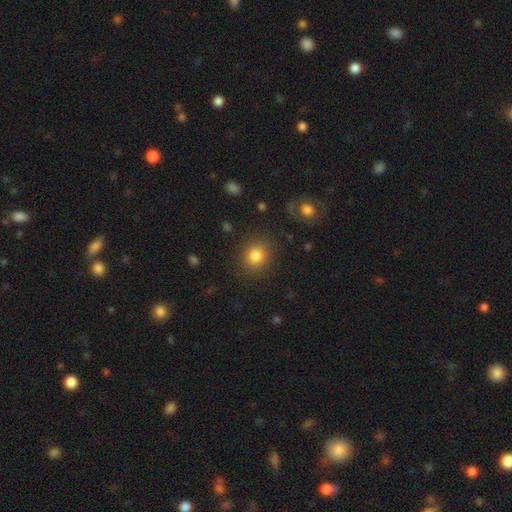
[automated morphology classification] Smooth or featured: smooth — 83% (star or artifact — 11%)
How rounded: round — 78% (in between — 21%)
Merging: none — 86% (minor disturbance — 9%)